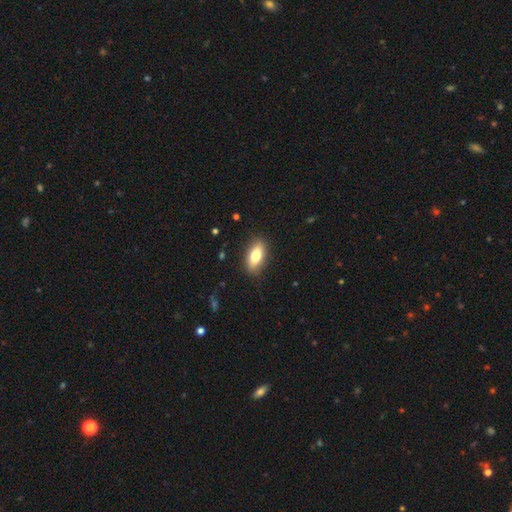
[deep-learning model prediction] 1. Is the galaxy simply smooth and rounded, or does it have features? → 77% smooth, 16% featured or disk, 7% star or artifact.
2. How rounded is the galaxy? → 85% in between, 11% cigar-shaped, 4% round.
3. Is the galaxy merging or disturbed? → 87% none, 10% minor disturbance, 2% major disturbance, 1% merger.